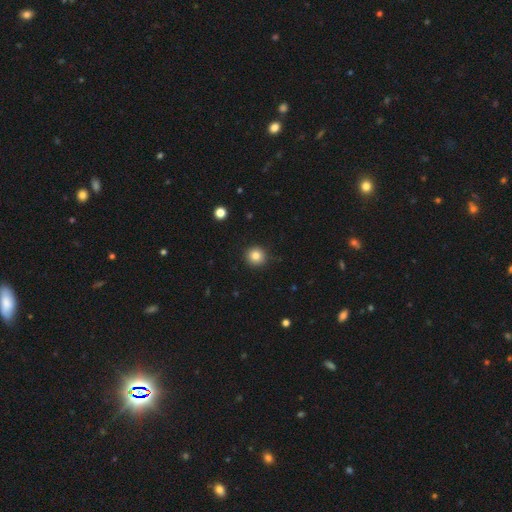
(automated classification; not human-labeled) Smooth or featured?
  - smooth: 83% *
  - star or artifact: 11%
  - featured or disk: 6%
How rounded?
  - round: 94% *
  - in between: 5%
  - cigar-shaped: 1%
Merging?
  - none: 92% *
  - minor disturbance: 6%
  - major disturbance: 2%
  - merger: 1%